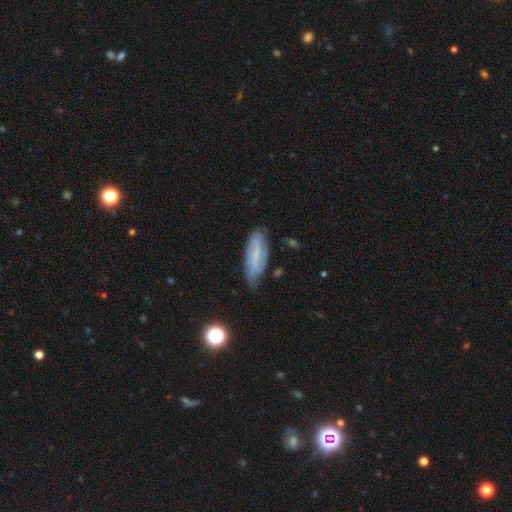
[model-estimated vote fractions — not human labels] Smooth or featured? smooth (46%)
Merging? none (63%)